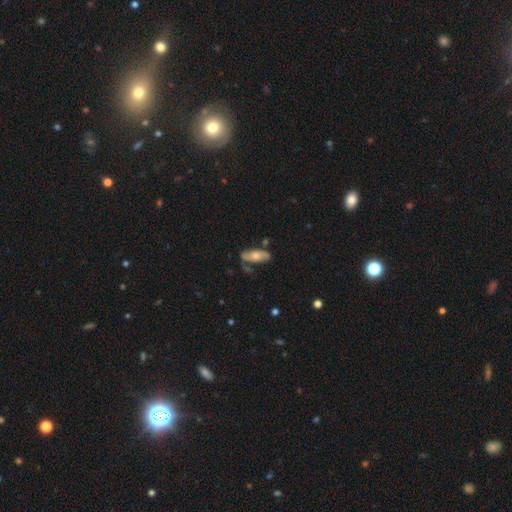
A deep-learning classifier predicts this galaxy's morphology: Smooth or featured? smooth (56%)
How rounded? in between (76%)
Merging? none (60%)